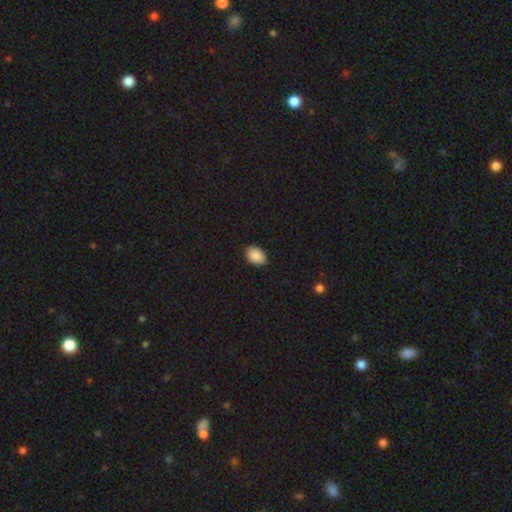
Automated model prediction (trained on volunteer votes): Smooth or featured?
  - smooth: 89% *
  - star or artifact: 8%
  - featured or disk: 3%
How rounded?
  - in between: 83% *
  - round: 16%
  - cigar-shaped: 1%
Merging?
  - none: 84% *
  - minor disturbance: 13%
  - major disturbance: 2%
  - merger: 1%